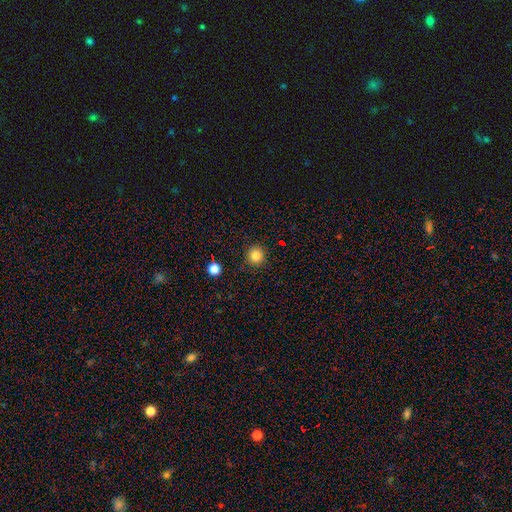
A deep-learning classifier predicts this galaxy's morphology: This is clearly a smooth galaxy (84%). How rounded: clearly round (94%). Merging: clearly none (90%).